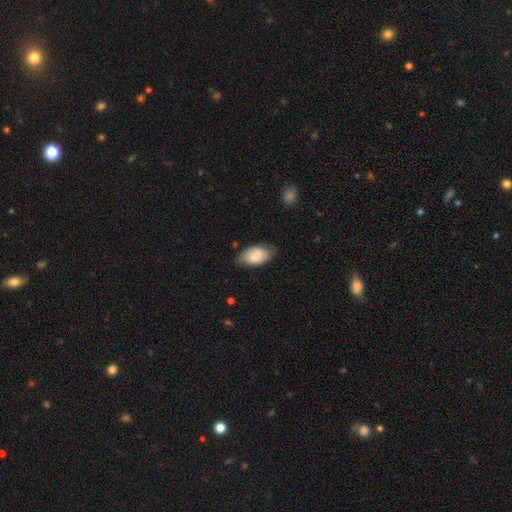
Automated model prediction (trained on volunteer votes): Morphology: type=smooth (83%); roundness=in between (94%); merging=none (68%).